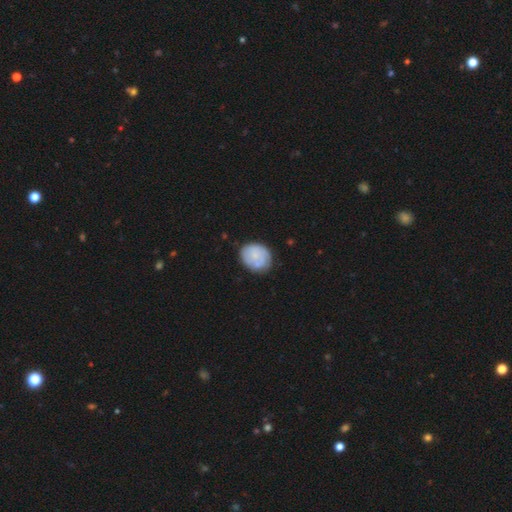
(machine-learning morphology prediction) smooth_or_featured: smooth (p=0.61) [alt: featured or disk p=0.32]
how_rounded: round (p=0.61) [alt: in between p=0.38]
merging: none (p=0.68) [alt: minor disturbance p=0.21]